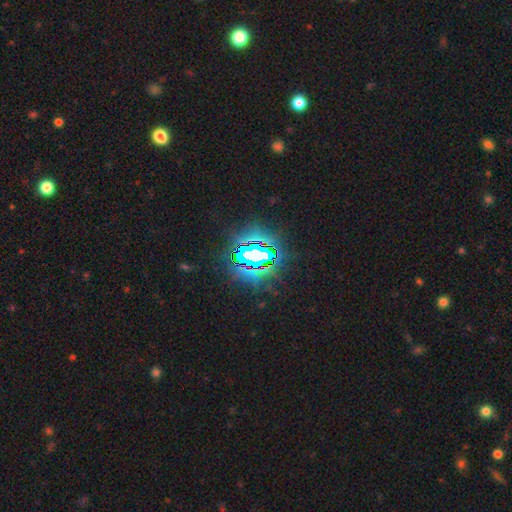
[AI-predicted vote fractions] Smooth or featured: star or artifact — 78% (smooth — 11%)